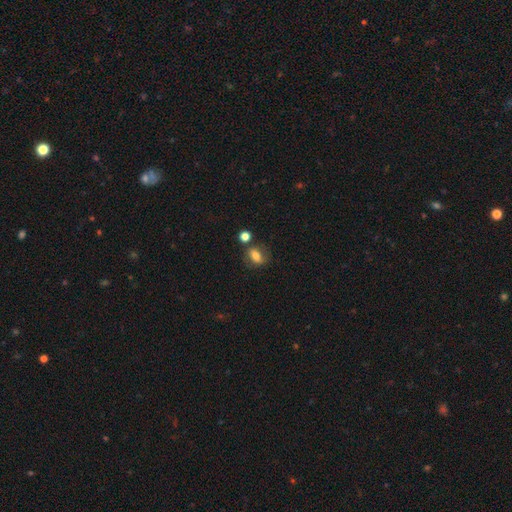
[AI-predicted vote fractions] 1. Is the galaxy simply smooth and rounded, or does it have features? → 65% smooth, 24% featured or disk, 11% star or artifact.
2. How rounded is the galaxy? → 67% in between, 29% round, 3% cigar-shaped.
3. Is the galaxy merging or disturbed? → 65% none, 17% minor disturbance, 12% merger, 6% major disturbance.